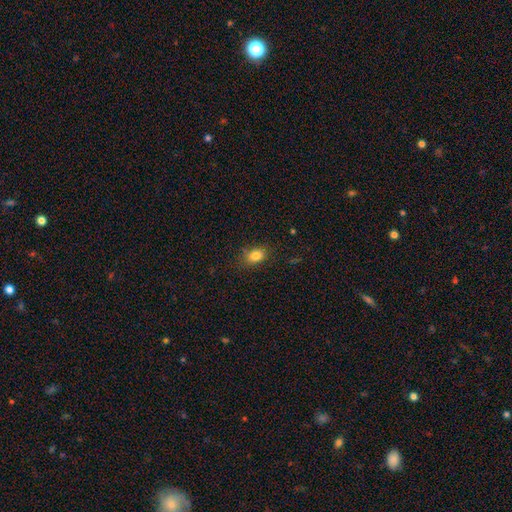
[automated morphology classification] Q: Smooth or featured?
A: smooth (83%); runner-up: star or artifact (10%)
Q: How rounded?
A: in between (75%); runner-up: round (24%)
Q: Merging?
A: none (79%); runner-up: minor disturbance (15%)